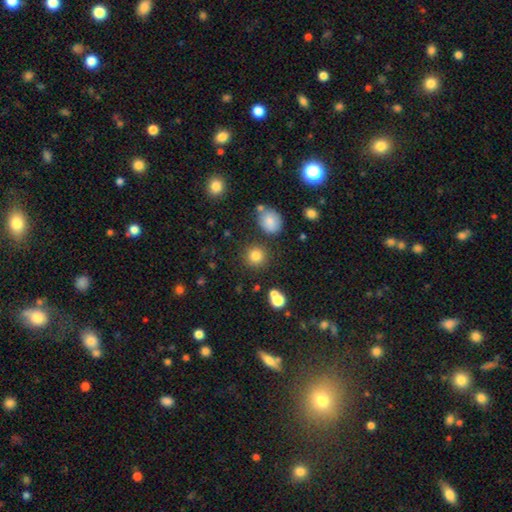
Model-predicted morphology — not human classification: Smooth or featured?
  - smooth: 81% *
  - star or artifact: 13%
  - featured or disk: 6%
How rounded?
  - round: 92% *
  - in between: 7%
  - cigar-shaped: 1%
Merging?
  - none: 84% *
  - minor disturbance: 8%
  - merger: 5%
  - major disturbance: 3%